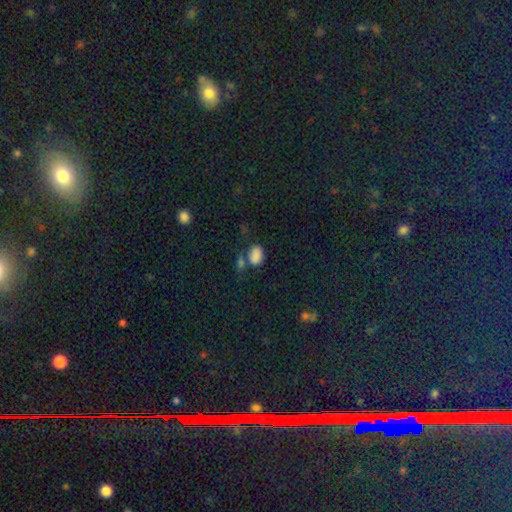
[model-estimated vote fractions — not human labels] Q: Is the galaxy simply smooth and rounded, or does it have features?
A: smooth — 80%.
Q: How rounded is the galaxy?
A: in between — 86%.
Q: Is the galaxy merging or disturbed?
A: none — 55%.